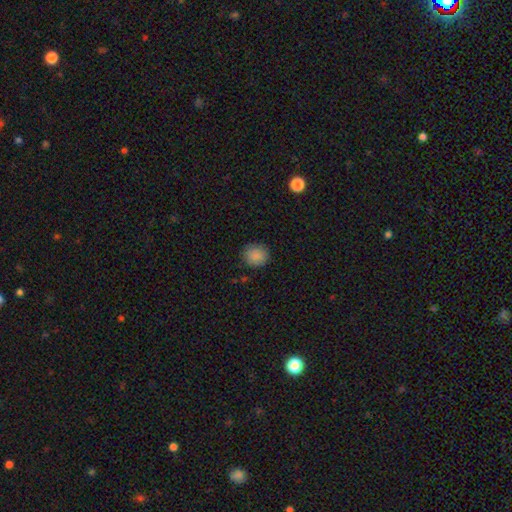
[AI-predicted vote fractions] A smooth galaxy with no disk features (88%) that is round (88%).

Vote fractions:
- Smooth or featured? smooth: 88% / star or artifact: 9% / featured or disk: 3%
- How rounded? round: 88% / in between: 11% / cigar-shaped: 1%
- Merging? none: 88% / minor disturbance: 9% / major disturbance: 2% / merger: 1%